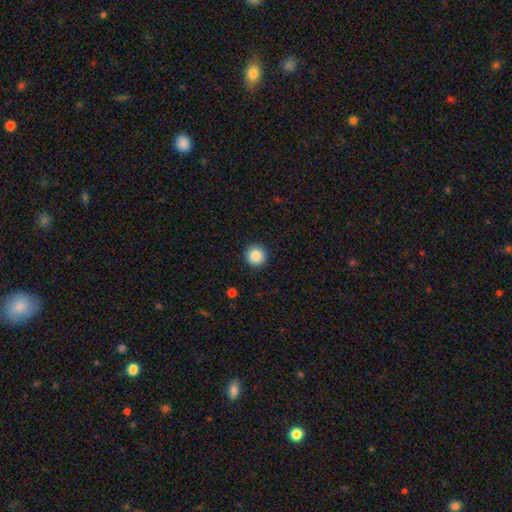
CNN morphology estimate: Smooth or featured? smooth (87%)
How rounded? round (96%)
Merging? none (93%)